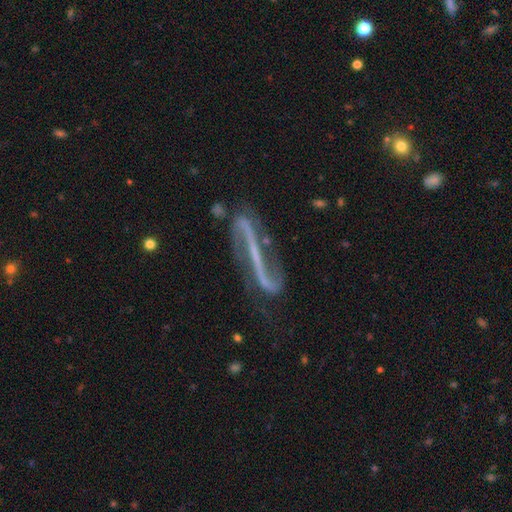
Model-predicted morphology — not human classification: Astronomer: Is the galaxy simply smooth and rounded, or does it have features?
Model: featured or disk — 83%.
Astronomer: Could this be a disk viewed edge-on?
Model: no — 69%.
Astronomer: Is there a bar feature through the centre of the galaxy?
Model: strong — 64%.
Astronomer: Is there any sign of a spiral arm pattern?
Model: yes — 85%.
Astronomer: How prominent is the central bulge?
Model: none — 50% (runner-up: small, 42%).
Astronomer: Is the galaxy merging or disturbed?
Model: none — 58%.